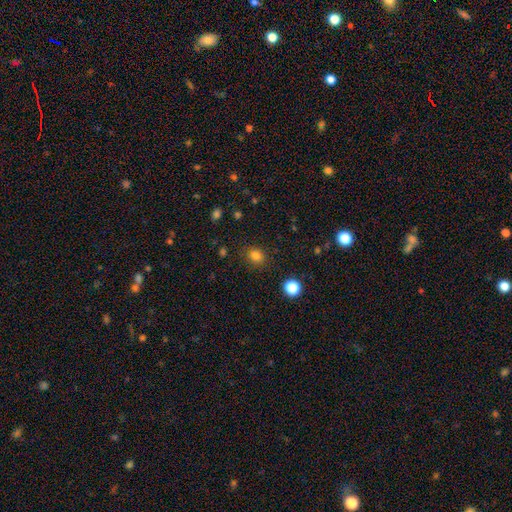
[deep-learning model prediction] smooth_or_featured: smooth (p=0.81) [alt: star or artifact p=0.14]
how_rounded: round (p=0.62) [alt: in between p=0.37]
merging: none (p=0.85) [alt: minor disturbance p=0.10]